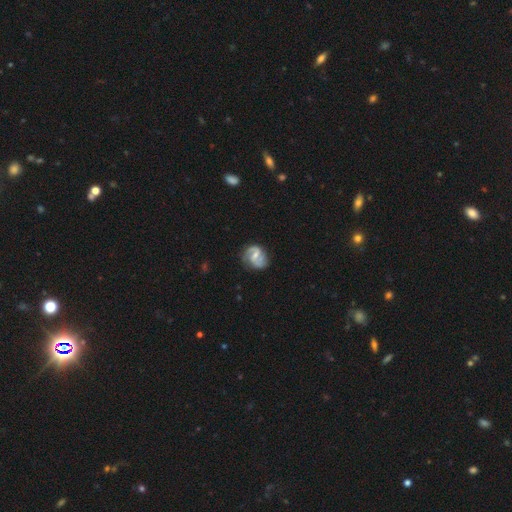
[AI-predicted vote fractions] featured or disk 80%, smooth 14%, star or artifact 6%. Down the decision tree: edge-on disk — no (98%); bar — weak (52%); spiral arms — yes (94%); spiral arm count — 2 (88%); spiral winding — medium (48%); bulge size — small (48%); merging — none (71%).